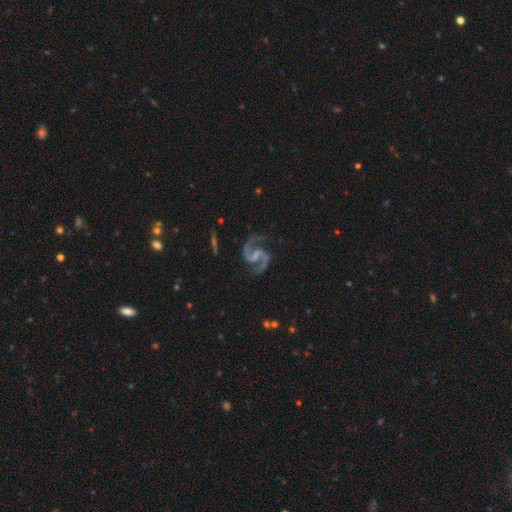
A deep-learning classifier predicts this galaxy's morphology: Smooth or featured: featured or disk — 94% (star or artifact — 4%)
Edge-on disk: no — 98% (yes — 2%)
Bar: weak — 50% (strong — 25%)
Spiral arms: yes — 98% (no — 2%)
Spiral winding: medium — 64% (loose — 26%)
Spiral arm count: 2 — 95% (can't tell — 1%)
Bulge size: none — 50% (small — 32%)
Merging: none — 77% (minor disturbance — 14%)